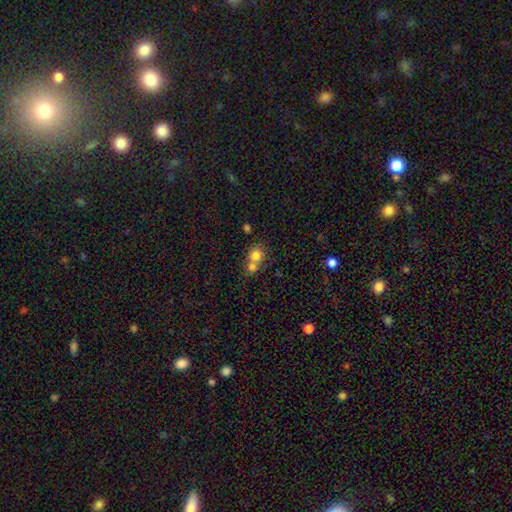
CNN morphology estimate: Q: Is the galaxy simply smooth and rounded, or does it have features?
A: smooth — 76%.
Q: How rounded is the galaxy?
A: round — 78%.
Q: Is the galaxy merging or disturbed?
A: merger — 60%.